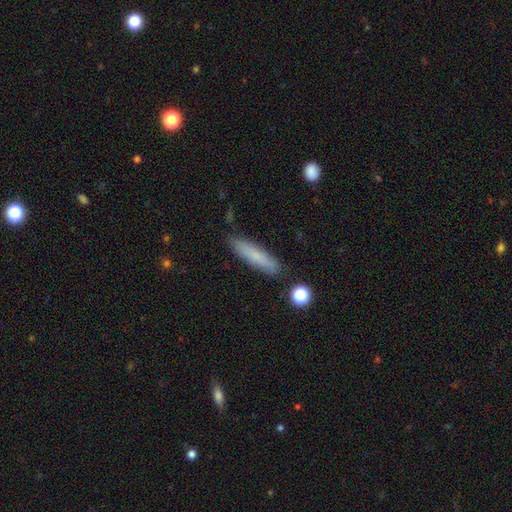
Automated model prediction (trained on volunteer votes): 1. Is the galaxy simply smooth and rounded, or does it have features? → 75% smooth, 18% featured or disk, 7% star or artifact.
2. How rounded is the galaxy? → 81% cigar-shaped, 17% in between, 2% round.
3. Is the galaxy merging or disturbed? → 85% none, 10% minor disturbance, 2% merger, 2% major disturbance.